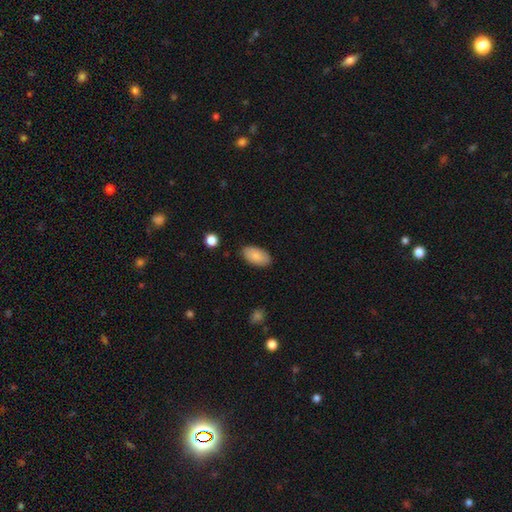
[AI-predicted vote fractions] Smooth or featured? smooth (85%)
How rounded? in between (95%)
Merging? none (85%)